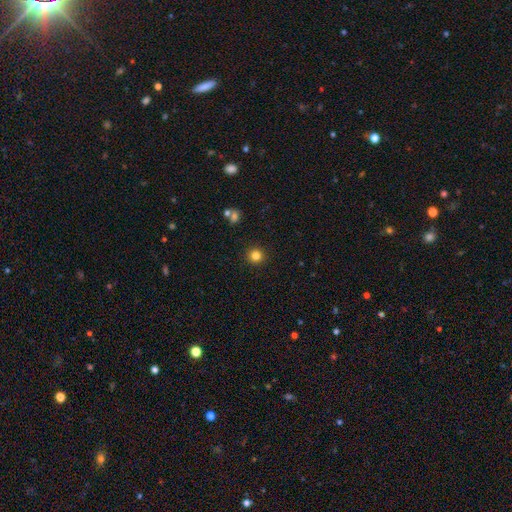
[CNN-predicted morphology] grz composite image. It shows a smooth galaxy with no disk features (83%) that is round (94%). Merging: none (92%).